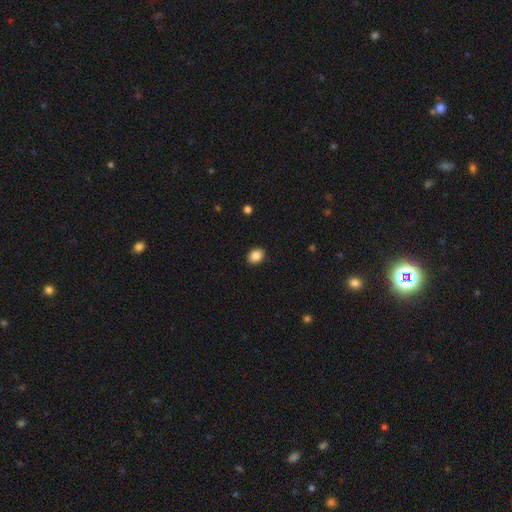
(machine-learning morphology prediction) smooth 88%, star or artifact 8%, featured or disk 4%. Down the decision tree: how rounded — in between (63%); merging — none (89%).